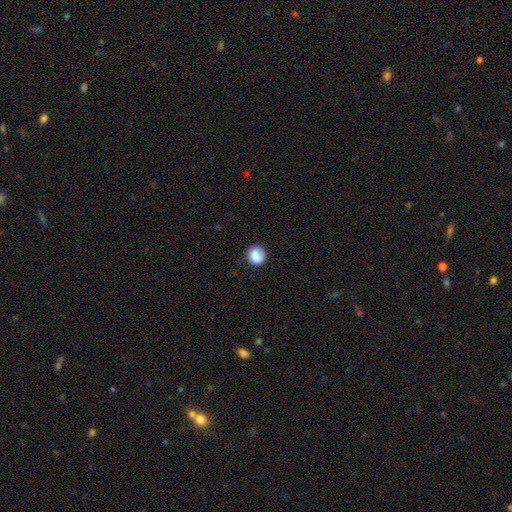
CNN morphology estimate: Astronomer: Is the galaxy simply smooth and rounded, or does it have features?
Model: smooth — 83%.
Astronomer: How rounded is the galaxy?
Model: round — 84%.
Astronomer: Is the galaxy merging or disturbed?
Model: none — 78%.